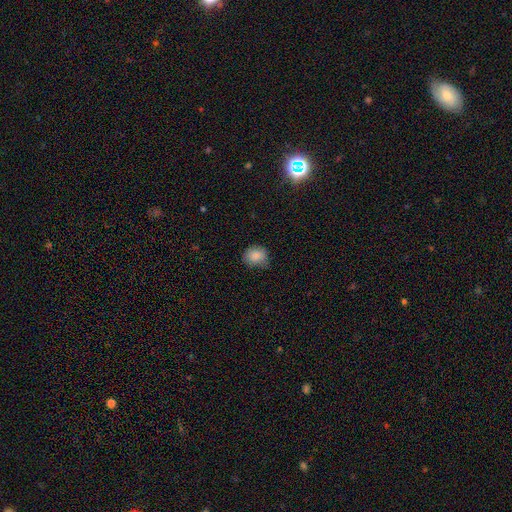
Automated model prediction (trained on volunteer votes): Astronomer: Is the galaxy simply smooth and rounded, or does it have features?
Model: smooth — 86%.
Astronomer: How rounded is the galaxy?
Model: round — 69%.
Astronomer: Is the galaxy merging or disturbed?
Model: none — 67%.